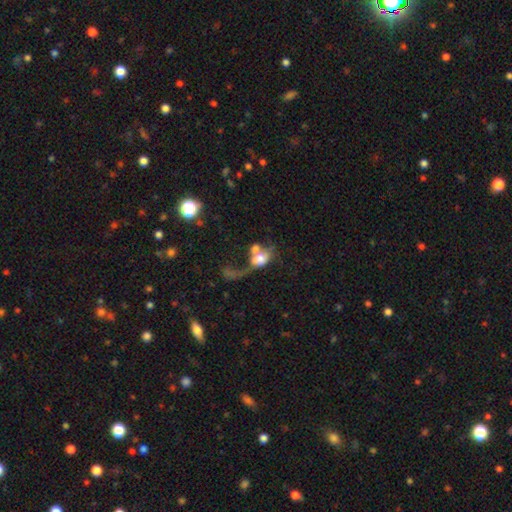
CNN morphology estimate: Smooth or featured: smooth — 55% (featured or disk — 34%)
How rounded: in between — 59% (round — 38%)
Merging: merger — 50% (major disturbance — 29%)